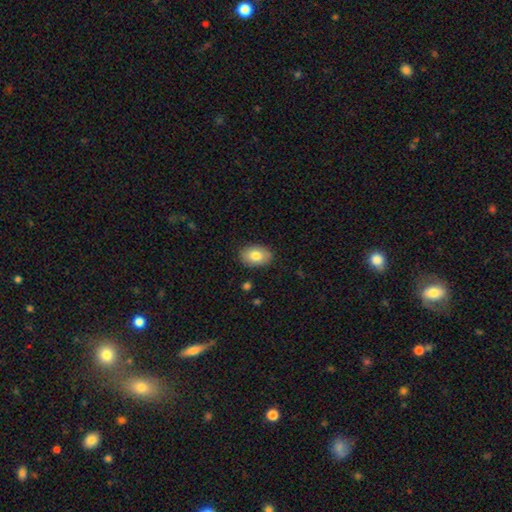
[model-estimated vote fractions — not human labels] Smooth or featured? Predicted: smooth (p=0.80). How rounded? Predicted: in between (p=0.85). Merging? Predicted: none (p=0.87).